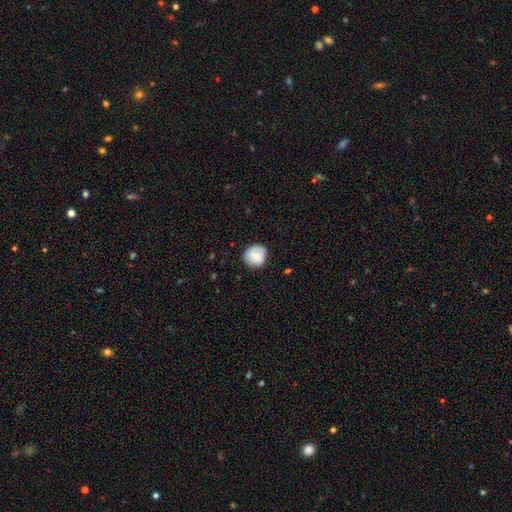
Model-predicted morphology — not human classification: A smooth galaxy with no disk features (74%) that is round (85%). Merging: none (78%).